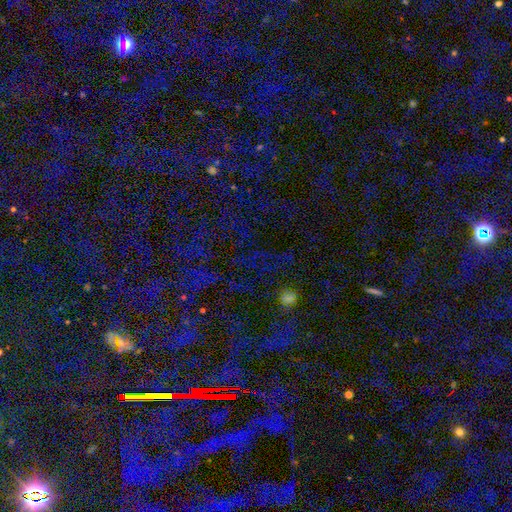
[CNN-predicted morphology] The model was most divided on "smooth or featured": star or artifact: 66%, smooth: 24%, featured or disk: 10%.